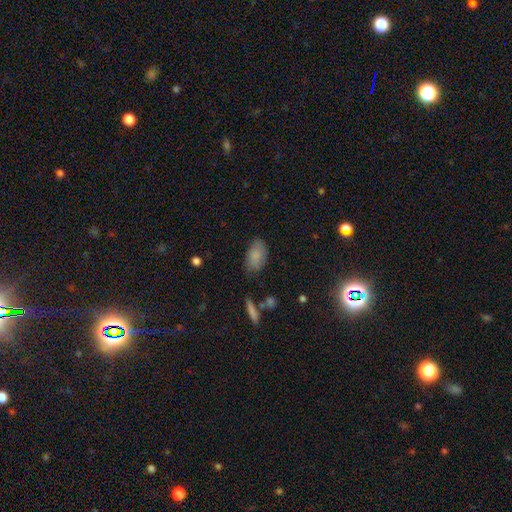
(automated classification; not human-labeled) This appears to be a smooth galaxy with no disk features (84%) that is in between round and cigar-shaped (92%). Merging: none (75%).